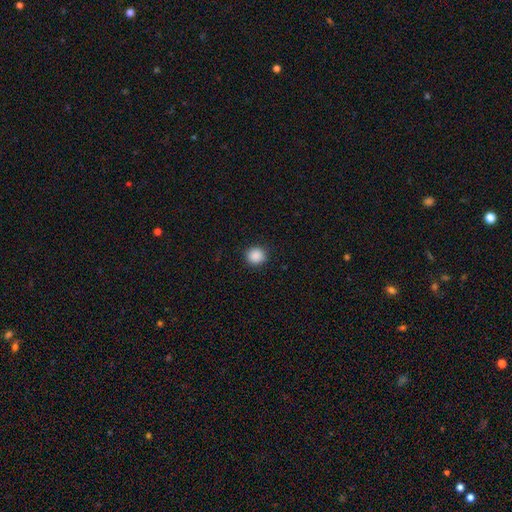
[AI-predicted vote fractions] smooth-or-featured: smooth: 89% | star or artifact: 9% | featured or disk: 2%
  how-rounded: round: 90% | in between: 9% | cigar-shaped: 1%
  merging: none: 90% | minor disturbance: 7% | major disturbance: 2% | merger: 1%